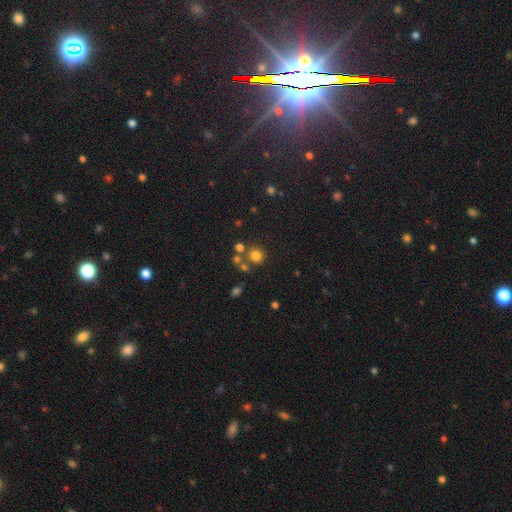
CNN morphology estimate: Overall: smooth (73%). How rounded: round (90%). Merging: none (69%).